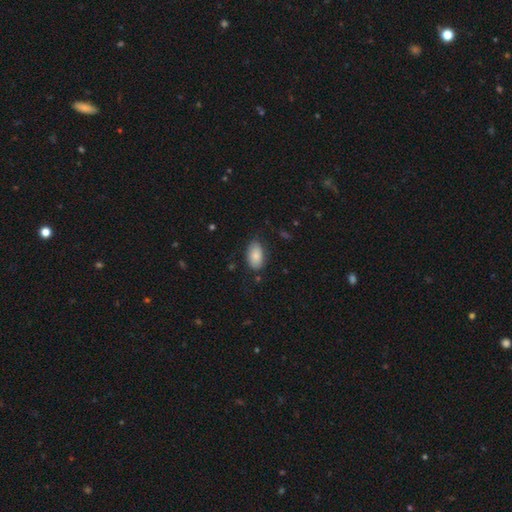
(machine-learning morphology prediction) Smooth or featured?
  - smooth: 84% *
  - featured or disk: 9%
  - star or artifact: 7%
How rounded?
  - in between: 94% *
  - round: 5%
  - cigar-shaped: 2%
Merging?
  - none: 75% *
  - minor disturbance: 19%
  - major disturbance: 4%
  - merger: 2%